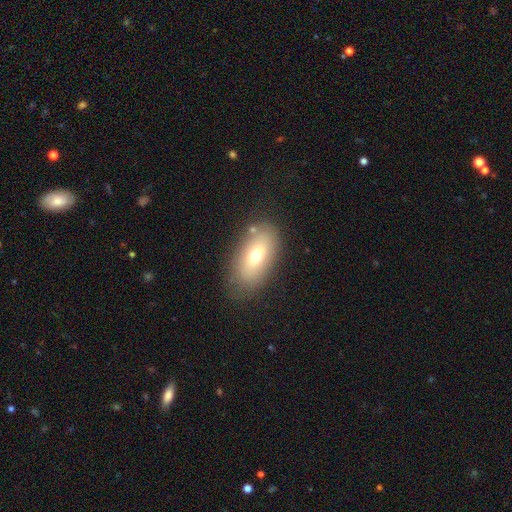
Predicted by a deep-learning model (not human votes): smooth-or-featured: smooth: 66% | featured or disk: 25% | star or artifact: 9%
  how-rounded: in between: 89% | round: 6% | cigar-shaped: 5%
  merging: none: 78% | minor disturbance: 13% | major disturbance: 5% | merger: 4%